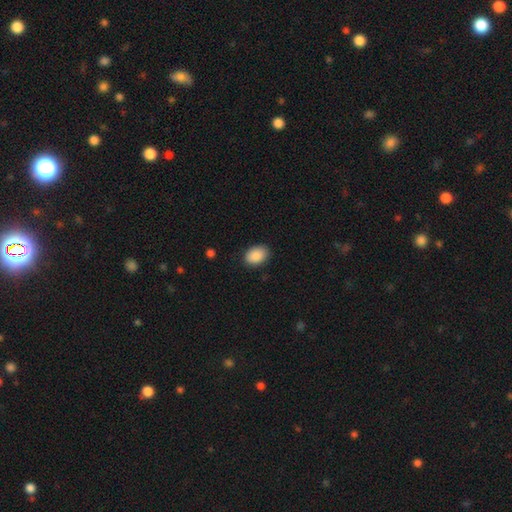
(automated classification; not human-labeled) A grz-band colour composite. It shows a smooth galaxy with no disk features (89%) that is in between round and cigar-shaped (82%). Merging: none (86%).